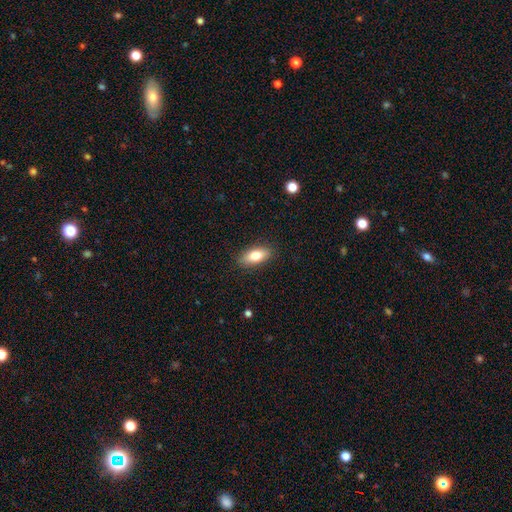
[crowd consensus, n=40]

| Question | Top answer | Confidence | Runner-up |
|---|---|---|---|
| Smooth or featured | smooth | 75% | featured or disk (22%) |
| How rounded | in between | 93% | round (7%) |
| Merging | none | 95% | minor disturbance (3%) |